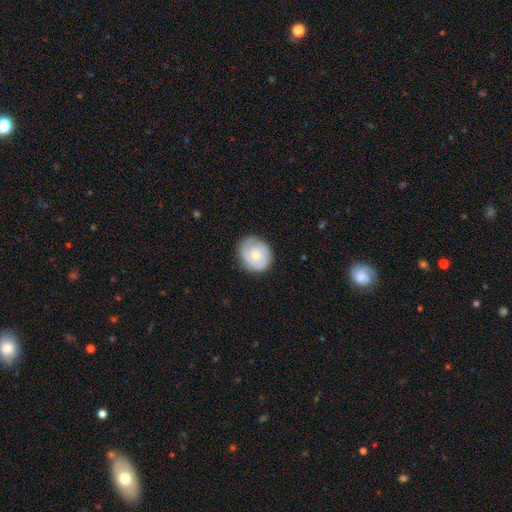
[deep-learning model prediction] The model was most divided on "smooth or featured": featured or disk: 50%, smooth: 44%, star or artifact: 6%. More confident: edge-on disk — no (97%); merging — none (77%).